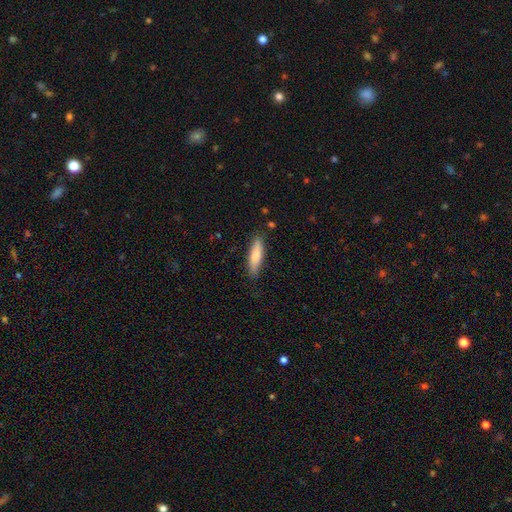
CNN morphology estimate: smooth_or_featured: smooth (p=0.79) [alt: featured or disk p=0.15]
how_rounded: cigar-shaped (p=0.69) [alt: in between p=0.29]
merging: none (p=0.82) [alt: minor disturbance p=0.14]